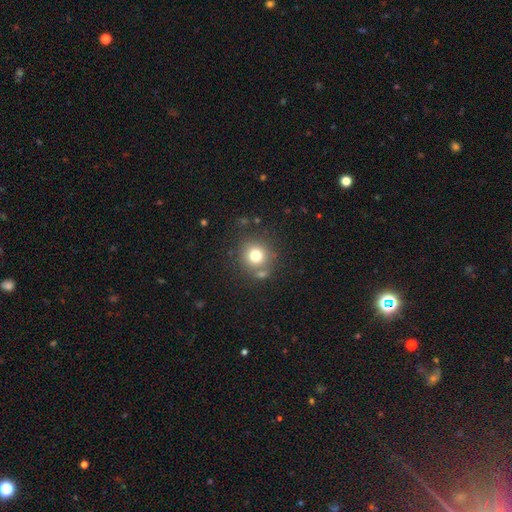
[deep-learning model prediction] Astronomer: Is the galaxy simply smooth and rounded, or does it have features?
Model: smooth — 76%.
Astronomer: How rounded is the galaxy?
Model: round — 90%.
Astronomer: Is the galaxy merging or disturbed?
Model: none — 75%.